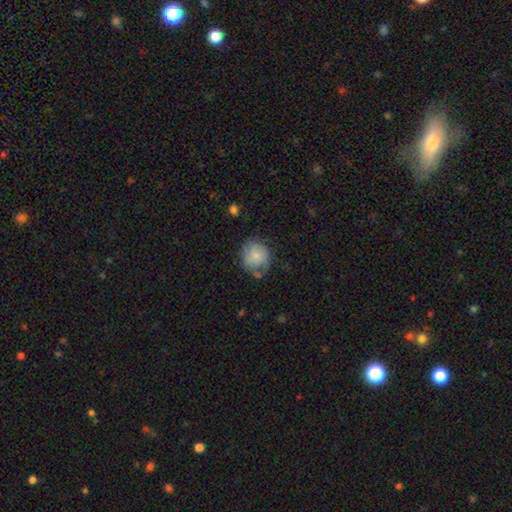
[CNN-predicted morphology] This appears to be a smooth galaxy with no disk features (73%) that is round (83%). Merging: none (58%).